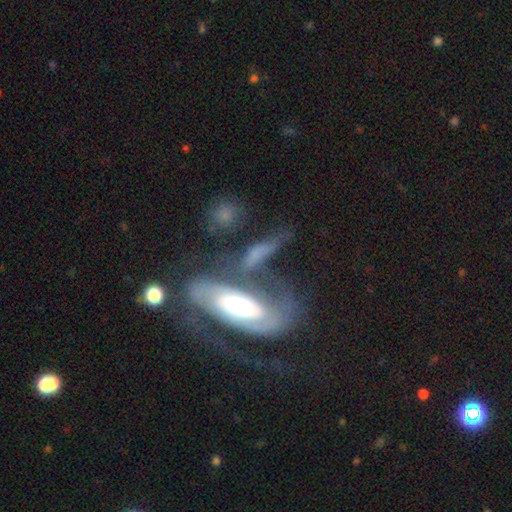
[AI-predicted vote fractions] smooth_or_featured: featured or disk (p=0.67) [alt: smooth p=0.24]
disk_edge_on: no (p=0.82) [alt: yes p=0.18]
bar: no (p=0.45) [alt: weak p=0.31]
has_spiral_arms: yes (p=0.83) [alt: no p=0.17]
bulge_size: moderate (p=0.42) [alt: large p=0.33]
merging: none (p=0.40) [alt: merger p=0.22]